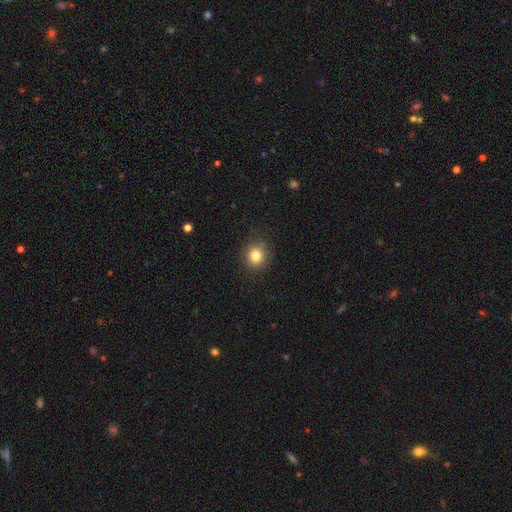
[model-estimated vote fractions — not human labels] A smooth galaxy with no disk features (82%) that is round (88%).

Vote fractions:
- Smooth or featured? smooth: 82% / star or artifact: 12% / featured or disk: 6%
- How rounded? round: 88% / in between: 11% / cigar-shaped: 1%
- Merging? none: 88% / minor disturbance: 9% / major disturbance: 3% / merger: 1%